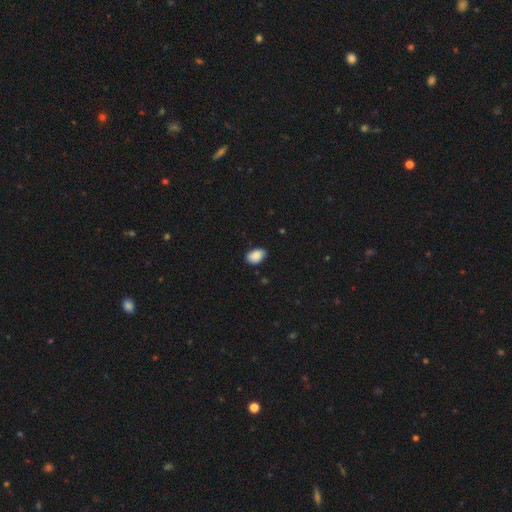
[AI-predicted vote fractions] The model was most divided on "merging": none: 78%, minor disturbance: 19%, major disturbance: 3%, merger: 1%. More confident: how rounded — in between (87%); smooth or featured — smooth (86%).